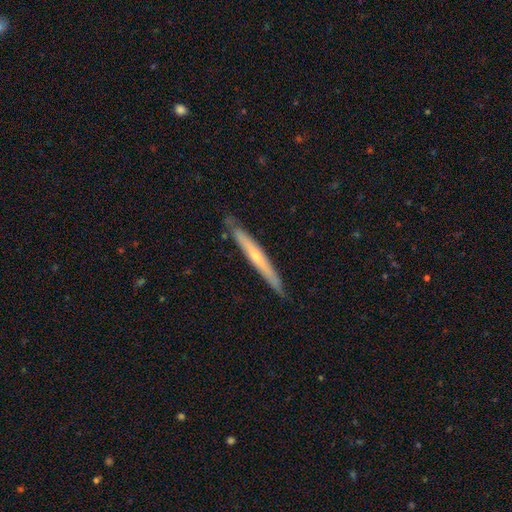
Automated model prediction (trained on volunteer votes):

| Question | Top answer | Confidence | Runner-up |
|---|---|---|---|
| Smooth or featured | featured or disk | 58% | smooth (36%) |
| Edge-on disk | yes | 94% | no (6%) |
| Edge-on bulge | rounded | 52% | none (45%) |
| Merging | none | 85% | minor disturbance (12%) |